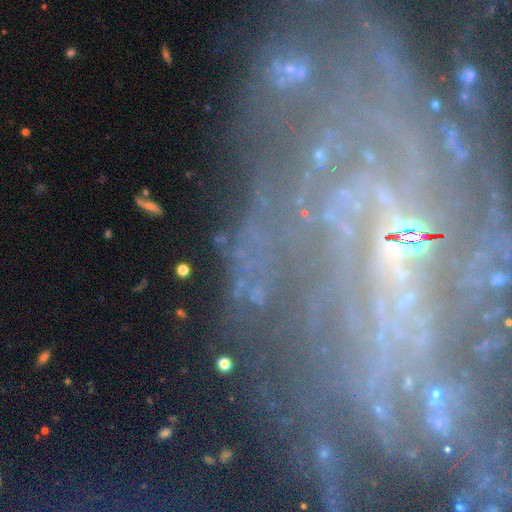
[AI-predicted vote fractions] Smooth or featured? Predicted: featured or disk (p=0.63). Edge-on disk? Predicted: no (p=0.90). Bar? Predicted: no (p=0.45). Spiral arms? Predicted: yes (p=0.87). Bulge size? Predicted: small (p=0.58). Merging? Predicted: none (p=0.70).